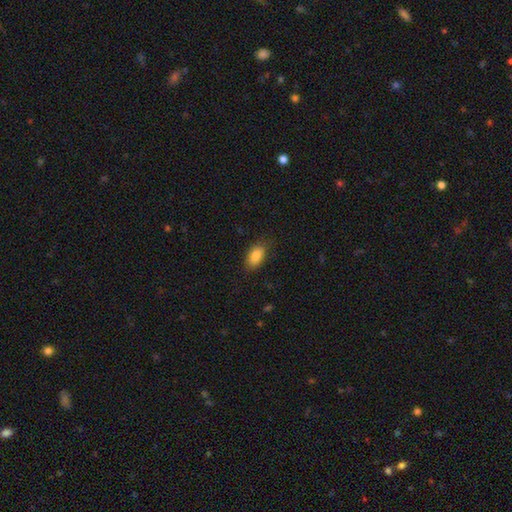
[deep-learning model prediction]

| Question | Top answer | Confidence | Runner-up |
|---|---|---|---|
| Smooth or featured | smooth | 86% | star or artifact (8%) |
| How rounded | in between | 91% | round (6%) |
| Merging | none | 79% | minor disturbance (16%) |